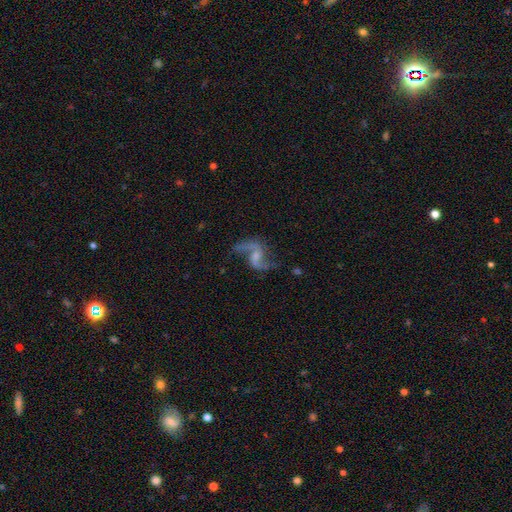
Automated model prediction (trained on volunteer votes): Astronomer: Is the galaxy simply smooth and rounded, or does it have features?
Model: featured or disk — 89%.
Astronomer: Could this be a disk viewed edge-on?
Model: no — 98%.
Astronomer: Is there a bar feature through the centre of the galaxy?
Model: weak — 46% (runner-up: no, 39%).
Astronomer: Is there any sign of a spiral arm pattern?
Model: yes — 96%.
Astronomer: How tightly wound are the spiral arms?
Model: loose — 78%.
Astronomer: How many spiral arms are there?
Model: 2 — 93%.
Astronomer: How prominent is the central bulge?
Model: small — 42% (runner-up: moderate, 28%).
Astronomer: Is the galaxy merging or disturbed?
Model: none — 71%.